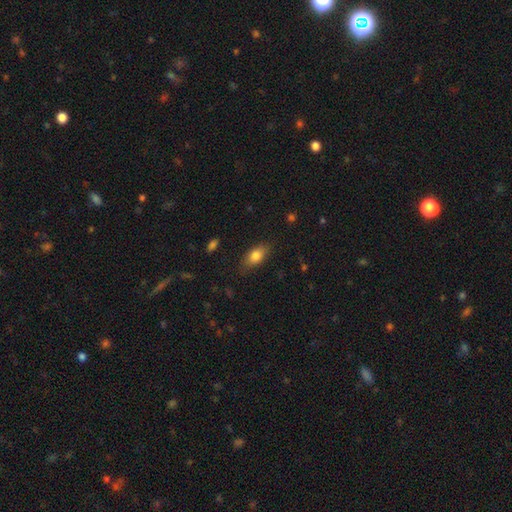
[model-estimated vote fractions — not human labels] Q: Smooth or featured?
A: smooth (80%); runner-up: featured or disk (13%)
Q: How rounded?
A: in between (85%); runner-up: cigar-shaped (9%)
Q: Merging?
A: none (81%); runner-up: minor disturbance (14%)